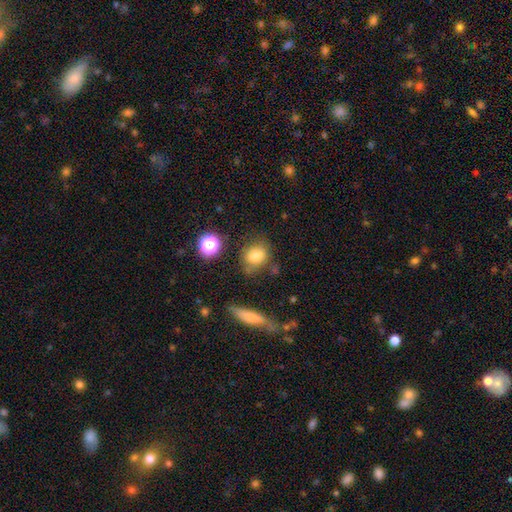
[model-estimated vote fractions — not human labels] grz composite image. It shows a smooth galaxy with no disk features (78%) that is round (59%). Merging: none (69%).